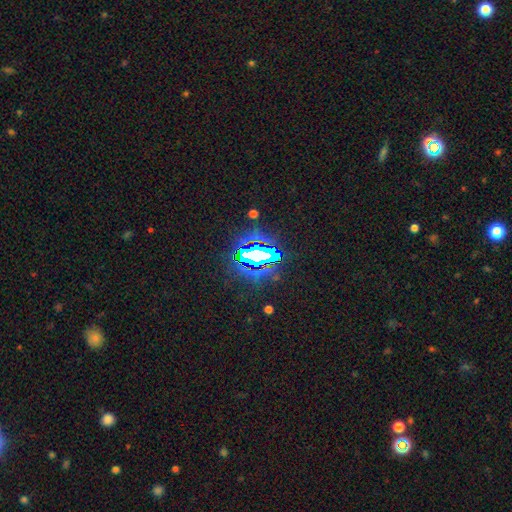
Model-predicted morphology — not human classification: Smooth or featured? Predicted: star or artifact (p=0.72).